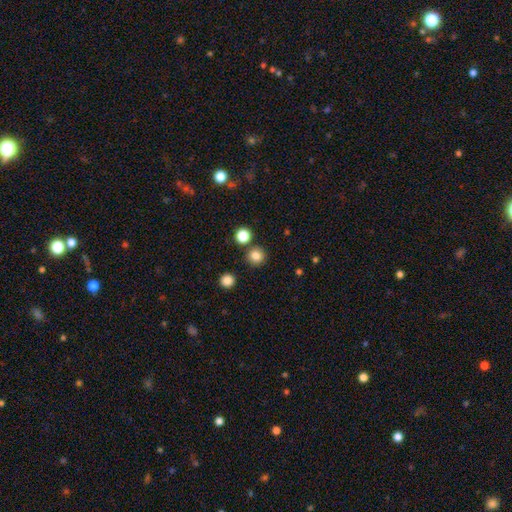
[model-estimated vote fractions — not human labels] Morphology: type=smooth (82%); roundness=round (94%); merging=none (85%).